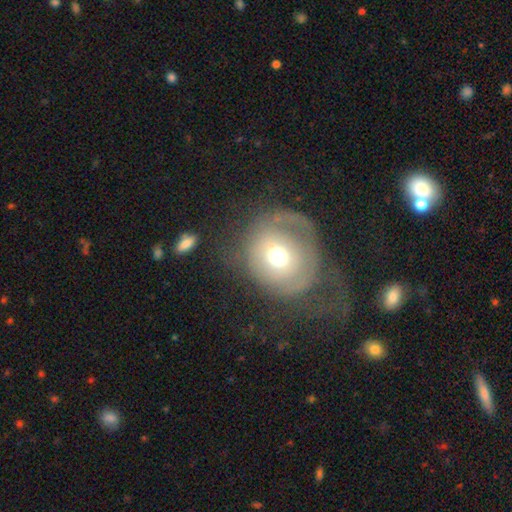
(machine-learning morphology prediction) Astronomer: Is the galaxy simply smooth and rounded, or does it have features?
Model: featured or disk — 60%.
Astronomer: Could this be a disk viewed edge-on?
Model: no — 96%.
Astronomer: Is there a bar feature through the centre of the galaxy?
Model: no — 77%.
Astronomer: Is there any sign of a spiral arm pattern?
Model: yes — 60% (runner-up: no, 40%).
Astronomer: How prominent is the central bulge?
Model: moderate — 69%.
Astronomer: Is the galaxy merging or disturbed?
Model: none — 42% (runner-up: major disturbance, 32%).